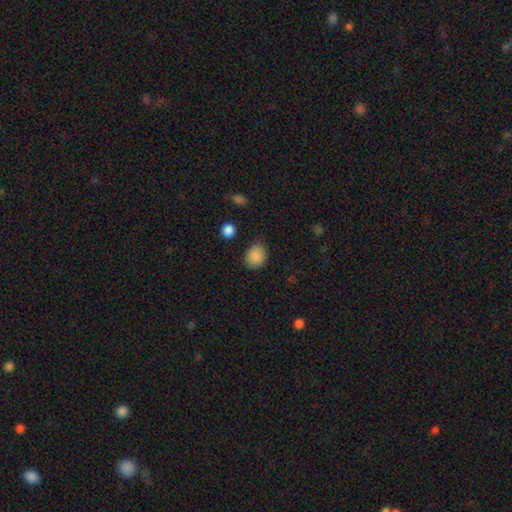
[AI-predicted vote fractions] Q: Smooth or featured?
A: smooth (87%); runner-up: star or artifact (9%)
Q: How rounded?
A: in between (51%); runner-up: round (48%)
Q: Merging?
A: none (76%); runner-up: minor disturbance (19%)